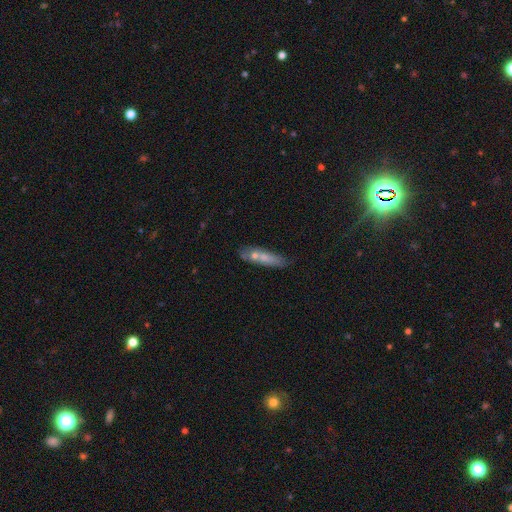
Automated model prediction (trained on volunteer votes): The model was most divided on "smooth or featured": smooth: 57%, featured or disk: 33%, star or artifact: 10%. More confident: how rounded — cigar-shaped (76%); merging — none (61%).